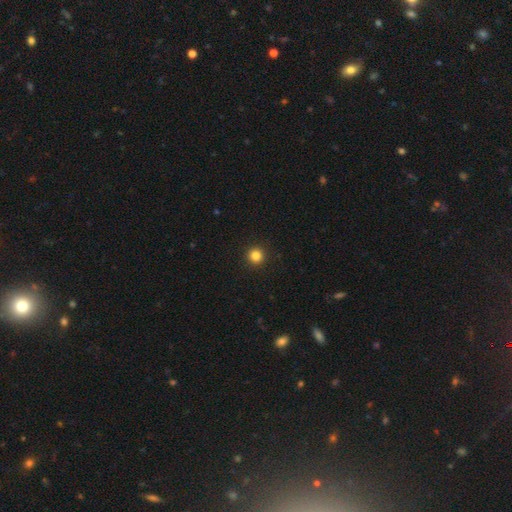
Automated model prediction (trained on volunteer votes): Morphology: type=smooth (84%); roundness=round (96%); merging=none (94%).